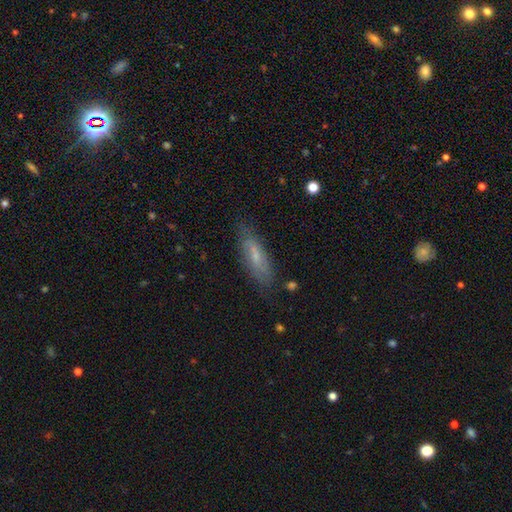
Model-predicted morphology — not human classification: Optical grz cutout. It shows a smooth galaxy with no disk features (55%) that is cigar-shaped (56%). Merging: none (78%).